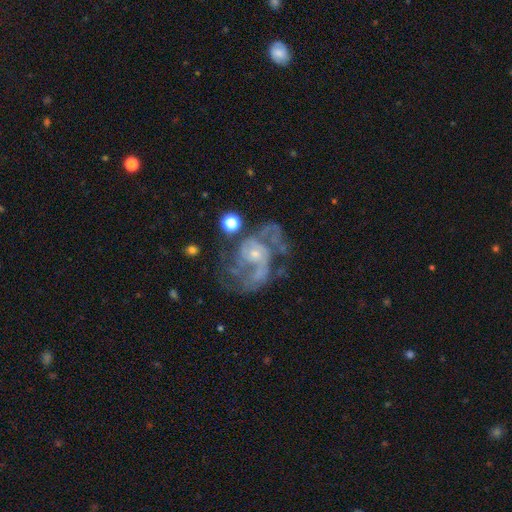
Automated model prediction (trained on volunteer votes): This appears to be a featured or disk galaxy (83%) with no bar (67%), 2 (52%) medium (50%) spiral arms (88%) and a small central bulge (70%). Merging: none (47%).